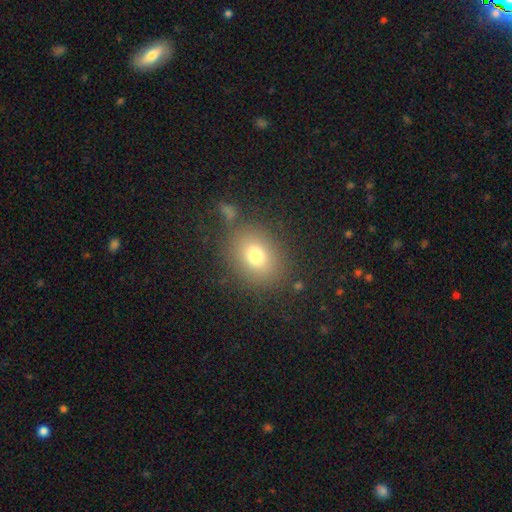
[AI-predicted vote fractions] This is likely a smooth galaxy (76%). How rounded: possibly round (51%). Merging: clearly none (80%).